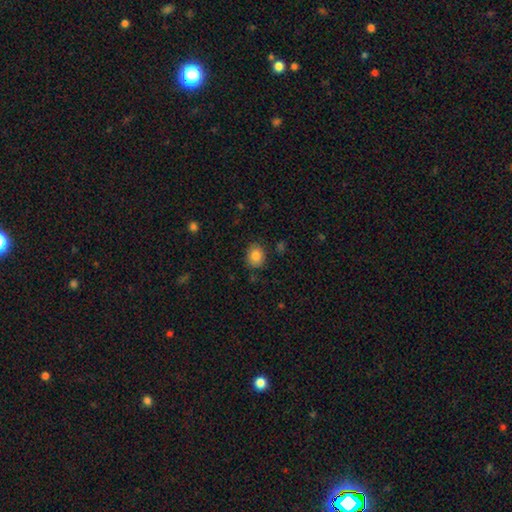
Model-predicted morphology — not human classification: The model was most divided on "how rounded": round: 56%, in between: 43%, cigar-shaped: 1%. More confident: smooth or featured — smooth (85%); merging — none (84%).